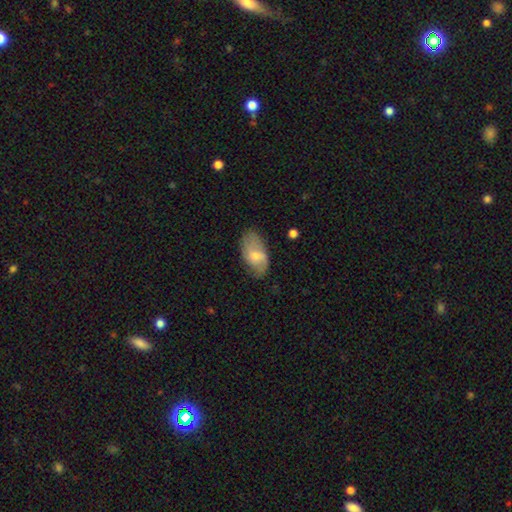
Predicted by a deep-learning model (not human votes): Overall: smooth (51%; featured or disk 42%). How rounded: in between (92%). Merging: none (65%; minor disturbance 26%).